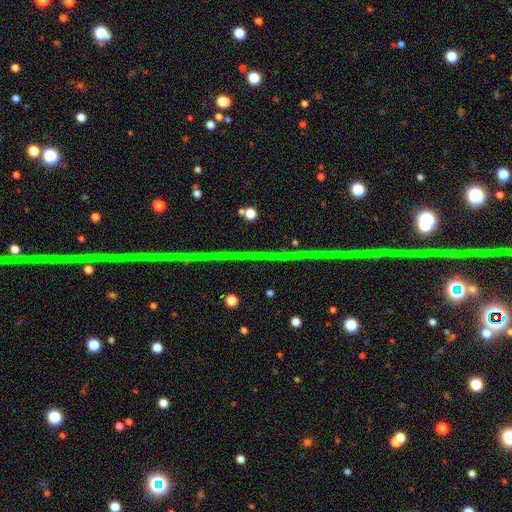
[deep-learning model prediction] Smooth or featured?
  - star or artifact: 80% *
  - featured or disk: 13%
  - smooth: 7%